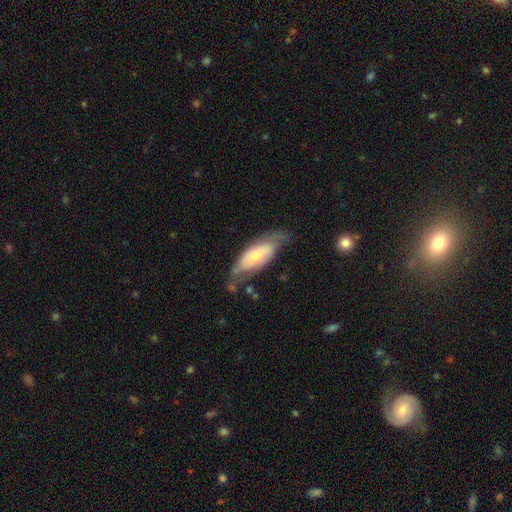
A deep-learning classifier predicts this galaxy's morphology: A featured or disk galaxy (52%). Merging: none (56%).